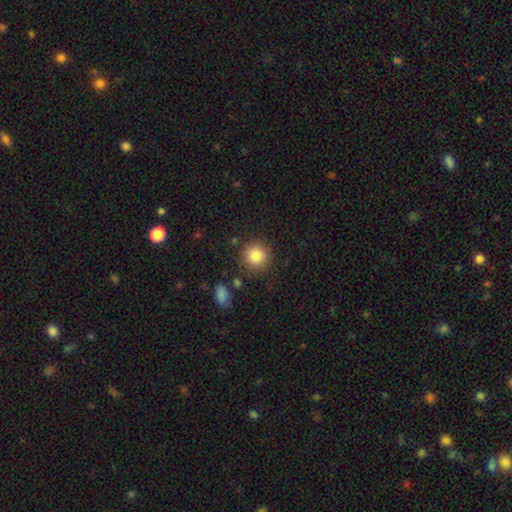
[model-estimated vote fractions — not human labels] smooth_or_featured: smooth (p=0.86) [alt: star or artifact p=0.09]
how_rounded: round (p=0.92) [alt: in between p=0.07]
merging: none (p=0.85) [alt: minor disturbance p=0.09]